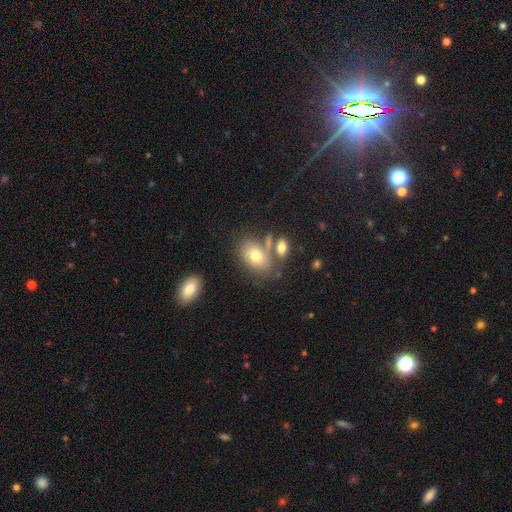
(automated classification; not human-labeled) The model was most divided on "merging": none: 57%, merger: 23%, minor disturbance: 14%, major disturbance: 6%. More confident: how rounded — in between (82%); smooth or featured — smooth (74%).